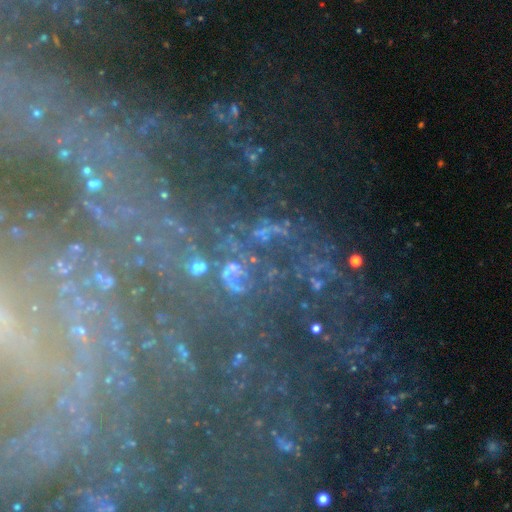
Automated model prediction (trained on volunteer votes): Smooth or featured: featured or disk — 53% (star or artifact — 34%)
Edge-on disk: no — 91% (yes — 9%)
Merging: none — 65% (minor disturbance — 16%)